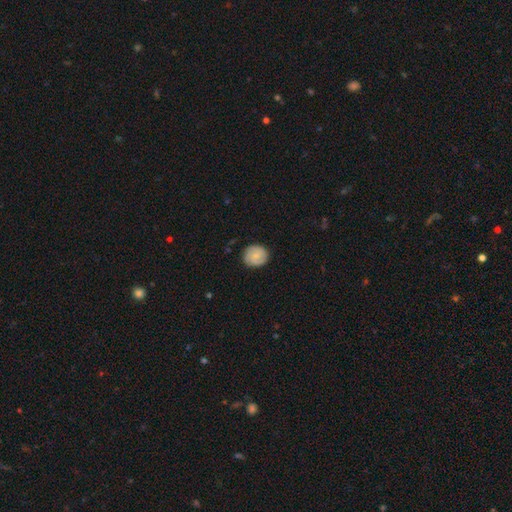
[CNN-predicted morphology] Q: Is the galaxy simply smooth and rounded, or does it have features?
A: featured or disk — 48%.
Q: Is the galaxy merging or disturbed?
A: none — 82%.